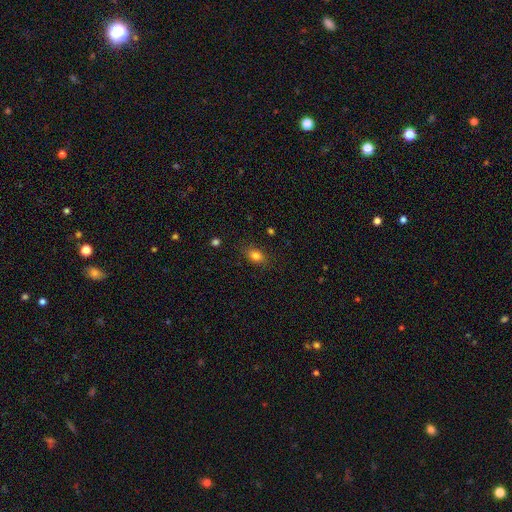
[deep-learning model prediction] This is clearly a smooth galaxy (82%). How rounded: likely in between (77%). Merging: clearly none (84%).